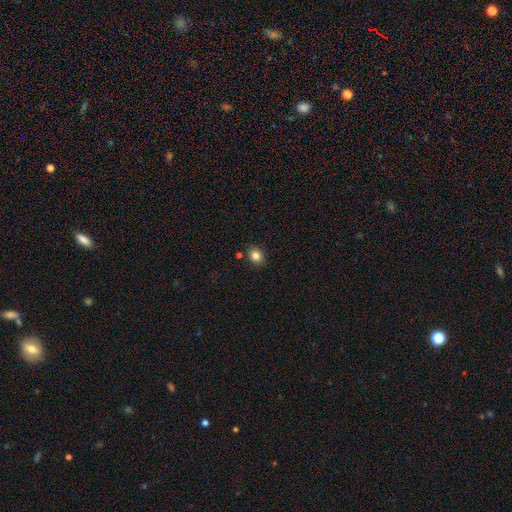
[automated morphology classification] Smooth or featured? Predicted: smooth (p=0.83). How rounded? Predicted: round (p=0.57). Merging? Predicted: none (p=0.85).